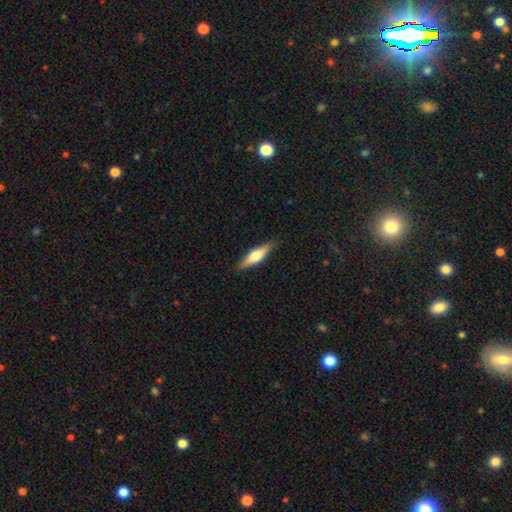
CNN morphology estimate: featured or disk 48%, smooth 46%, star or artifact 6%. Down the decision tree: merging — none (88%).